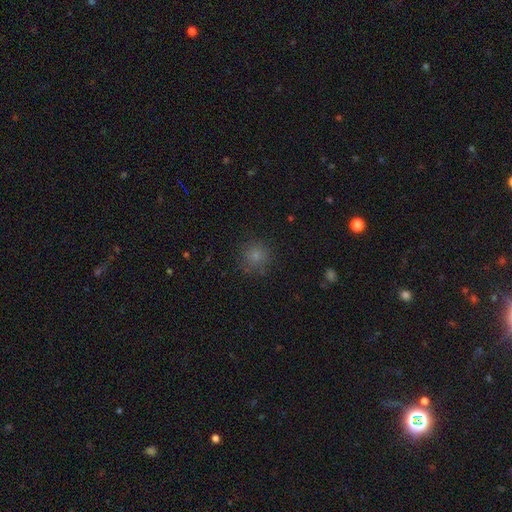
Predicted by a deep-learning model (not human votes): smooth 77%, star or artifact 16%, featured or disk 7%. Down the decision tree: how rounded — round (92%); merging — none (83%).